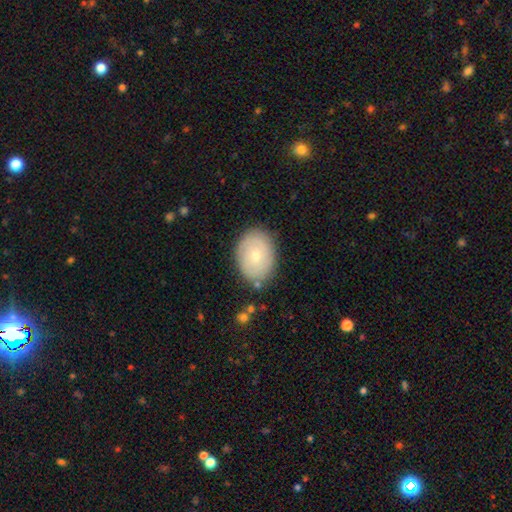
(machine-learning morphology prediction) Smooth or featured: smooth — 61% (featured or disk — 32%)
How rounded: in between — 67% (round — 32%)
Merging: none — 83% (minor disturbance — 12%)